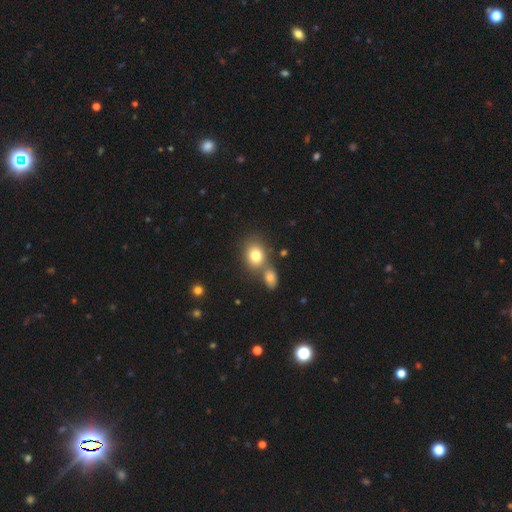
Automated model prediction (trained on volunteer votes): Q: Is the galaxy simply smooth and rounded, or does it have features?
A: smooth — 79%.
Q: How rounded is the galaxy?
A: in between — 49%, tied with round.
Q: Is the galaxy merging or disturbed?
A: none — 48%.